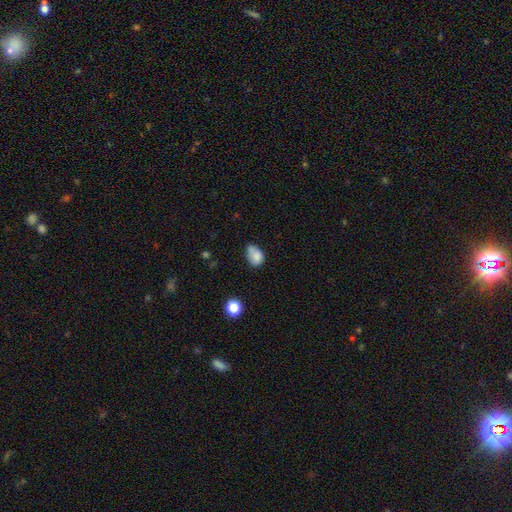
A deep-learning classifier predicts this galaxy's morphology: Overall: smooth (80%). How rounded: in between (75%). Merging: minor disturbance (39%; none 38%).